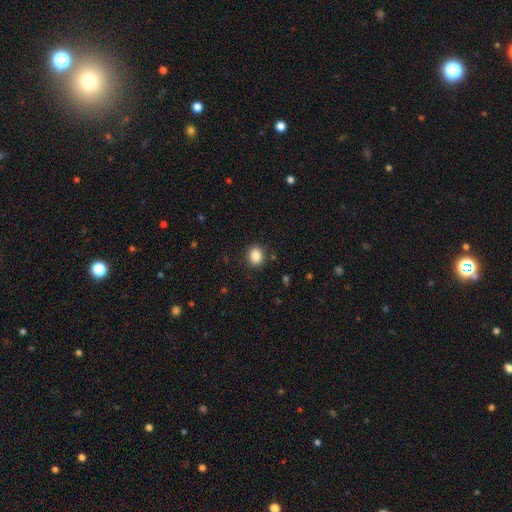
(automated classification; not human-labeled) smooth-or-featured: smooth: 86% | star or artifact: 10% | featured or disk: 4%
  how-rounded: round: 69% | in between: 31% | cigar-shaped: 1%
  merging: none: 88% | minor disturbance: 8% | major disturbance: 3% | merger: 1%